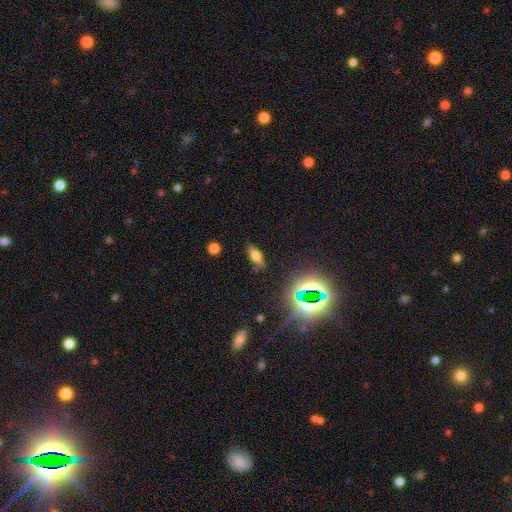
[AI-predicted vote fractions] Q: Smooth or featured?
A: smooth (53%); runner-up: featured or disk (27%)
Q: How rounded?
A: in between (65%); runner-up: cigar-shaped (29%)
Q: Merging?
A: none (78%); runner-up: minor disturbance (15%)